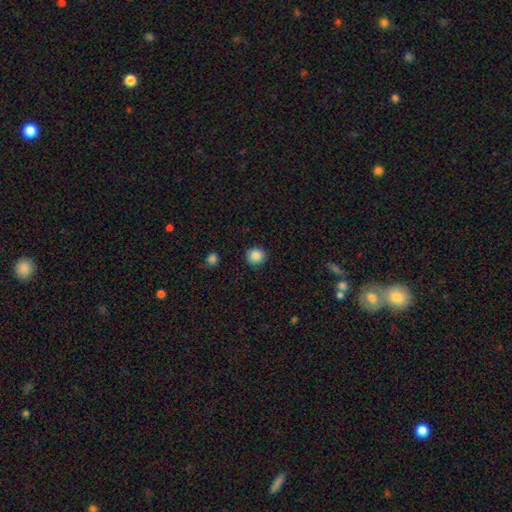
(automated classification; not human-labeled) The model was most divided on "smooth or featured": smooth: 87%, star or artifact: 10%, featured or disk: 3%. More confident: how rounded — round (92%); merging — none (90%).